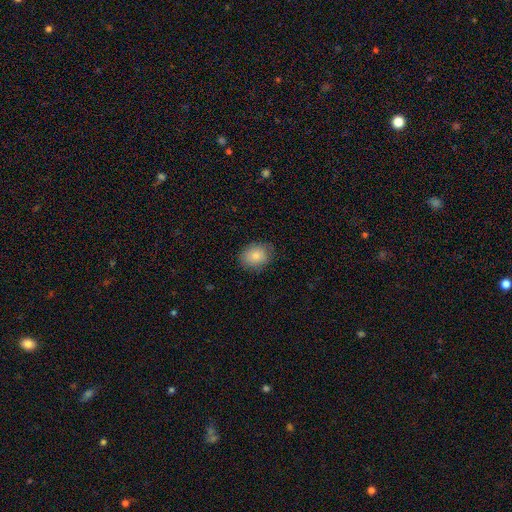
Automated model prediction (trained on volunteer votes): This appears to be a smooth galaxy with no disk features (82%) that is round (51%). Merging: none (80%).